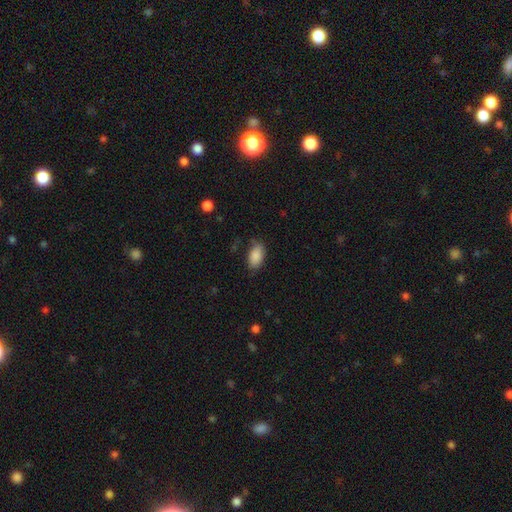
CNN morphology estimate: smooth-or-featured: smooth: 88% | star or artifact: 7% | featured or disk: 5%
  how-rounded: in between: 94% | round: 4% | cigar-shaped: 3%
  merging: none: 74% | minor disturbance: 20% | major disturbance: 5% | merger: 1%